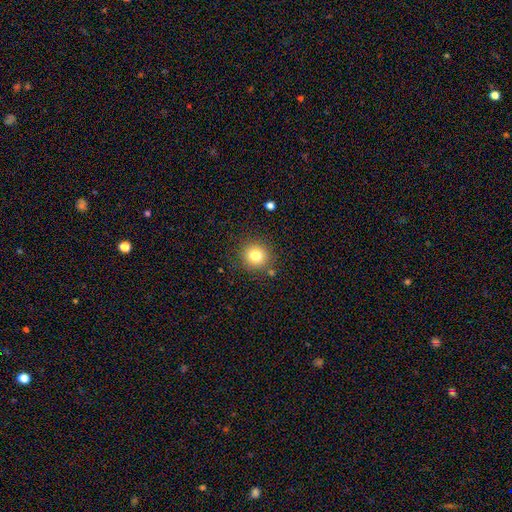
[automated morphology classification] This is likely a smooth galaxy (79%). How rounded: clearly round (91%). Merging: clearly none (85%).